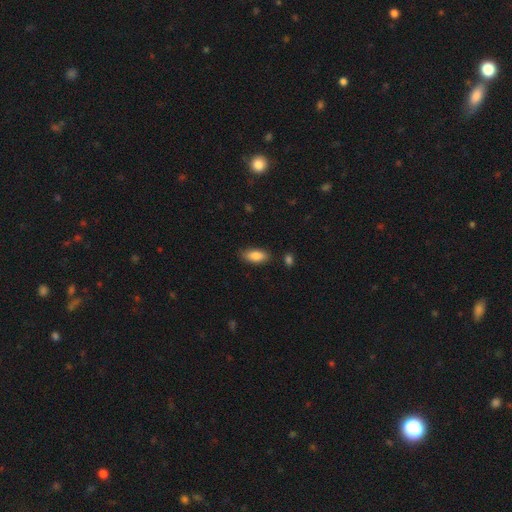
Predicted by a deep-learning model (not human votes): Smooth or featured?
  - smooth: 84% *
  - featured or disk: 9%
  - star or artifact: 7%
How rounded?
  - in between: 86% *
  - cigar-shaped: 11%
  - round: 2%
Merging?
  - none: 84% *
  - minor disturbance: 12%
  - merger: 2%
  - major disturbance: 2%